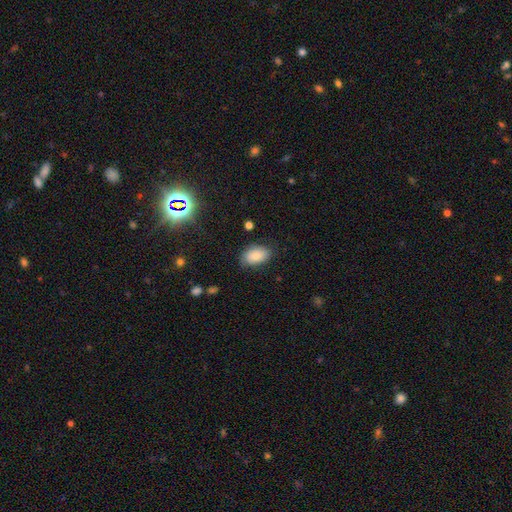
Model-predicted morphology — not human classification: Smooth or featured? smooth (82%)
How rounded? in between (90%)
Merging? none (75%)